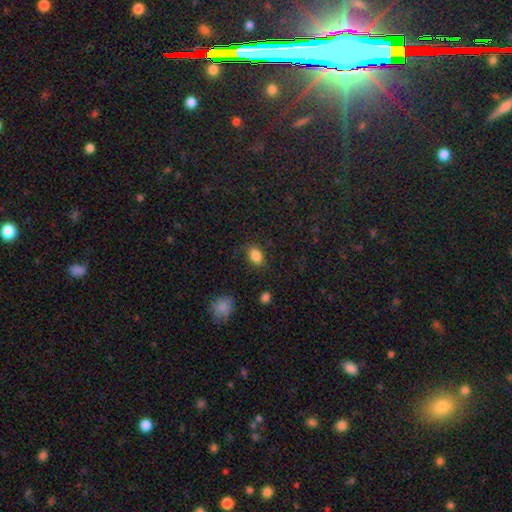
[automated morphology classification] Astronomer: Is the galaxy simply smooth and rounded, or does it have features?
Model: smooth — 85%.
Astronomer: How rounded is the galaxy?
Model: in between — 74%.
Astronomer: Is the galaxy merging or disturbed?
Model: none — 82%.